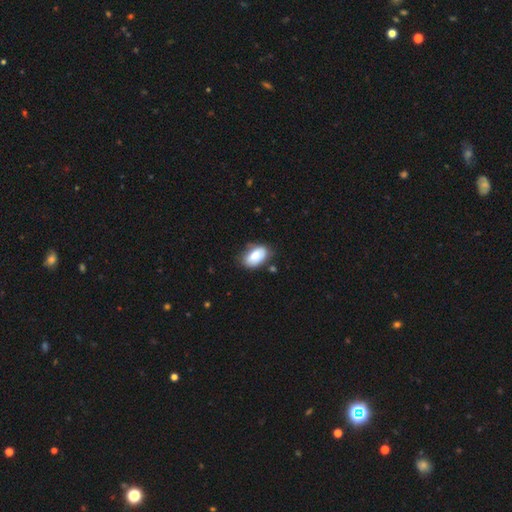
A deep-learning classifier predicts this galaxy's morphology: Smooth or featured? smooth (81%)
How rounded? in between (93%)
Merging? none (65%)